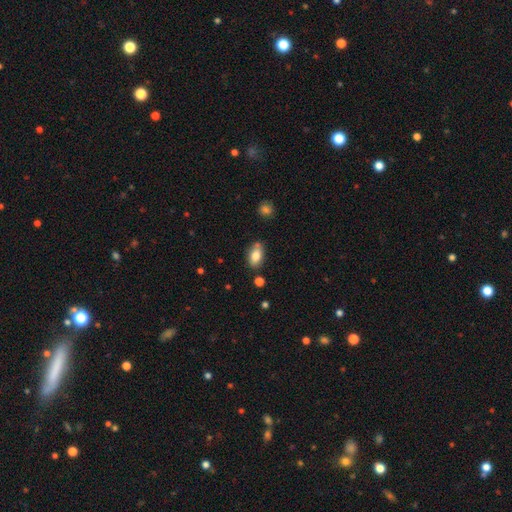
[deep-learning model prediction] The model was most divided on "merging": none: 73%, minor disturbance: 16%, merger: 7%, major disturbance: 3%. More confident: how rounded — in between (90%); smooth or featured — smooth (80%).